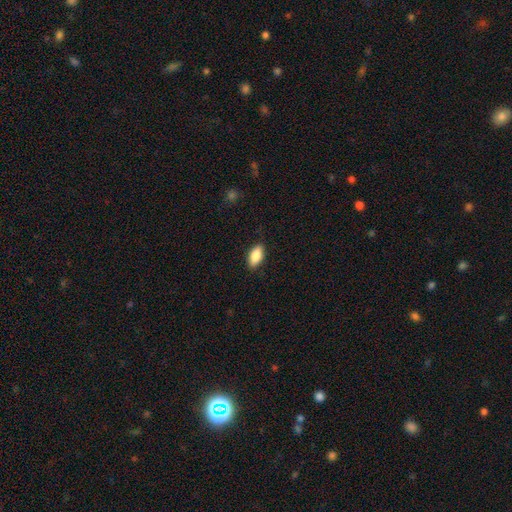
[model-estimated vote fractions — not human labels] Smooth or featured? Predicted: smooth (p=0.87). How rounded? Predicted: in between (p=0.90). Merging? Predicted: none (p=0.88).